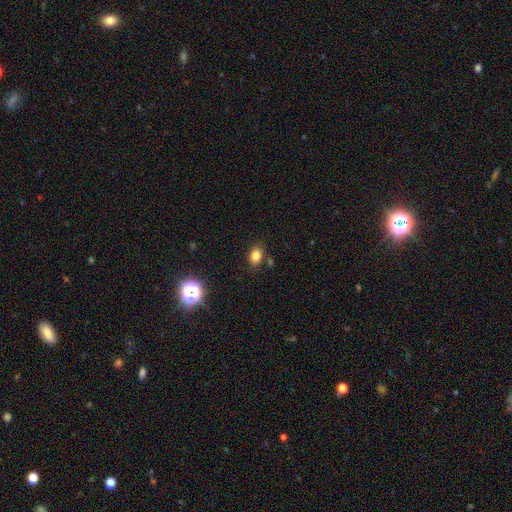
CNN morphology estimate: Q: Smooth or featured?
A: smooth (81%); runner-up: star or artifact (13%)
Q: How rounded?
A: in between (67%); runner-up: round (32%)
Q: Merging?
A: none (81%); runner-up: minor disturbance (11%)